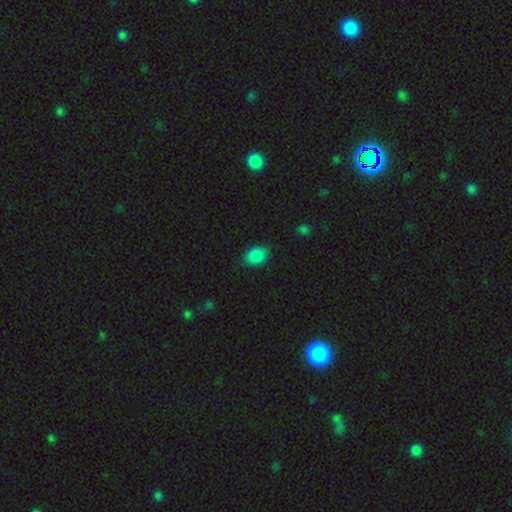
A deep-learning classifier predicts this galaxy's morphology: A smooth galaxy with no disk features (87%) that is in between round and cigar-shaped (67%).

Vote fractions:
- Smooth or featured? smooth: 87% / star or artifact: 9% / featured or disk: 4%
- How rounded? in between: 67% / round: 32% / cigar-shaped: 1%
- Merging? none: 80% / minor disturbance: 16% / major disturbance: 3% / merger: 1%